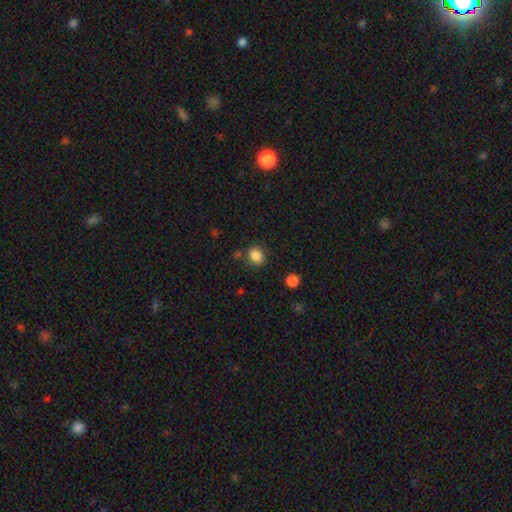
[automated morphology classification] This appears to be a smooth galaxy with no disk features (86%) that is round (53%). Merging: none (77%).